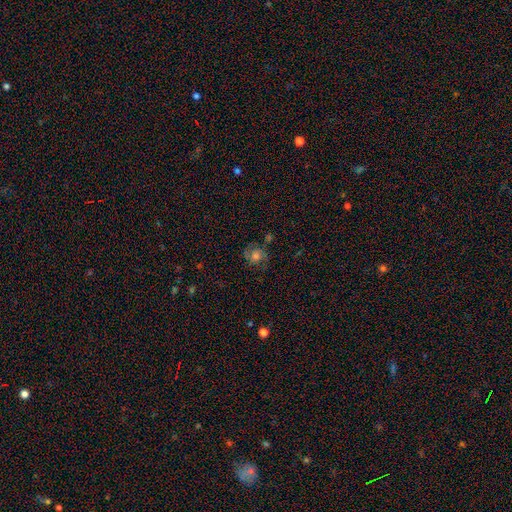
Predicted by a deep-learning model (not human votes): Overall: featured or disk (48%; smooth 36%). Merging: none (74%).